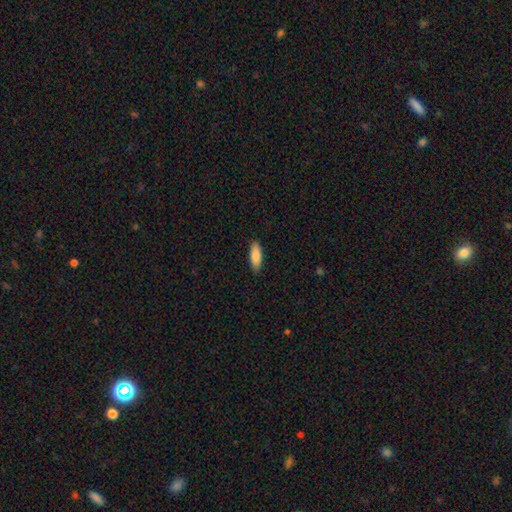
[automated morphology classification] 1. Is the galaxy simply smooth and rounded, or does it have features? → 87% smooth, 7% featured or disk, 6% star or artifact.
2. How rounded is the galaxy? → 66% in between, 32% cigar-shaped, 2% round.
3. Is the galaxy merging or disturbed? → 88% none, 9% minor disturbance, 2% major disturbance, 1% merger.